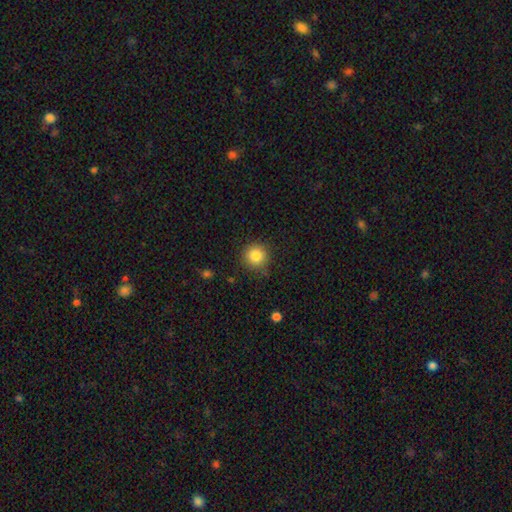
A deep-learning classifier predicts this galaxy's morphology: Smooth or featured?
  - smooth: 84% *
  - star or artifact: 10%
  - featured or disk: 5%
How rounded?
  - round: 94% *
  - in between: 5%
  - cigar-shaped: 1%
Merging?
  - none: 86% *
  - minor disturbance: 9%
  - major disturbance: 3%
  - merger: 2%